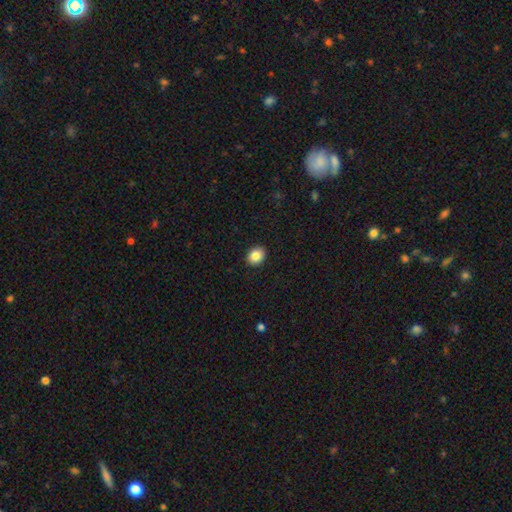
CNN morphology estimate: Smooth or featured: smooth — 85% (star or artifact — 9%)
How rounded: round — 57% (in between — 42%)
Merging: none — 92% (minor disturbance — 6%)